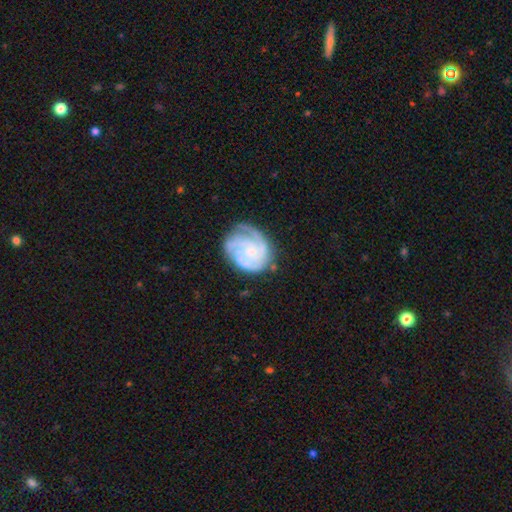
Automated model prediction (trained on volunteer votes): Overall: featured or disk (87%). Edge-on disk: no (98%). Bar: no (75%). Spiral arms: yes (97%). Spiral arm count: 3 (43%; 4 20%). Spiral winding: tight (66%; medium 29%). Bulge size: small (62%). Merging: none (68%).